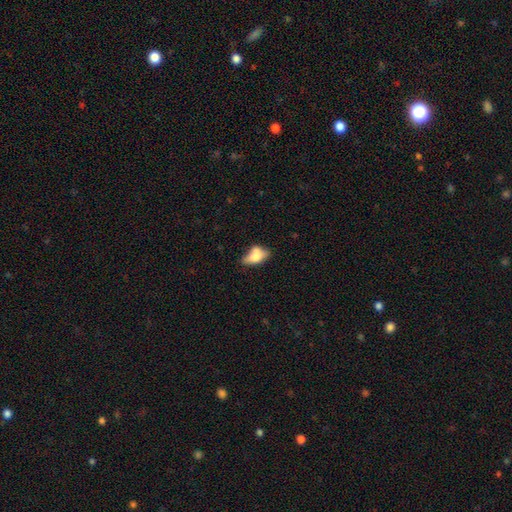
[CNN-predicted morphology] type=smooth (66%); roundness=in between (85%); merging=none (38%).